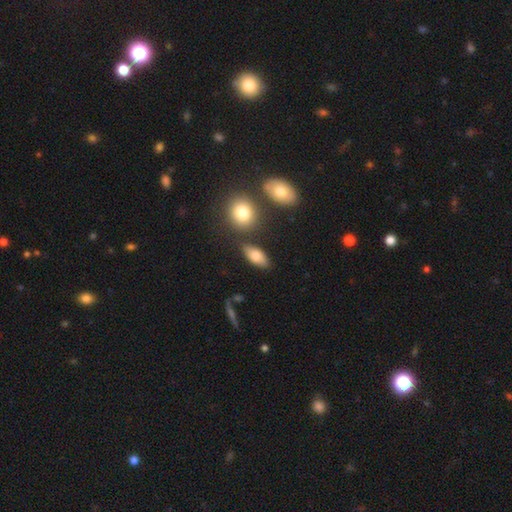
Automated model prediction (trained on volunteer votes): A smooth galaxy with no disk features (79%) that is in between round and cigar-shaped (88%).

Vote fractions:
- Smooth or featured? smooth: 79% / featured or disk: 13% / star or artifact: 8%
- How rounded? in between: 88% / cigar-shaped: 7% / round: 5%
- Merging? none: 77% / minor disturbance: 13% / merger: 7% / major disturbance: 4%